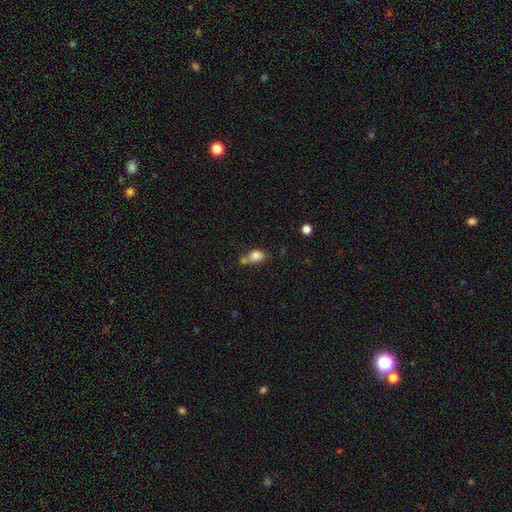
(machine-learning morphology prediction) Smooth or featured: smooth — 82% (star or artifact — 10%)
How rounded: in between — 64% (round — 34%)
Merging: none — 41% (merger — 33%)